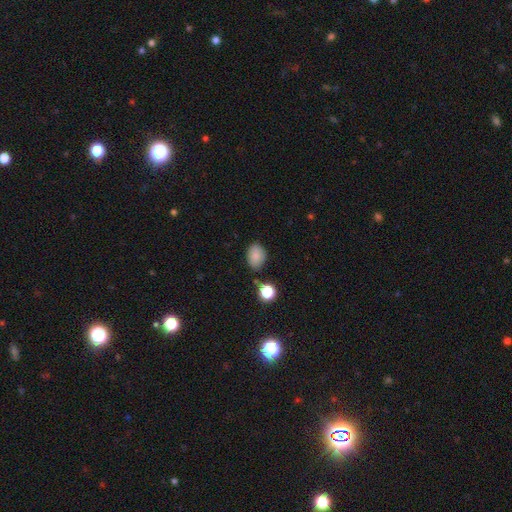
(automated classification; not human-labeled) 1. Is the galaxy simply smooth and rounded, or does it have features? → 84% smooth, 10% star or artifact, 5% featured or disk.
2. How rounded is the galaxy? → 78% in between, 21% round, 1% cigar-shaped.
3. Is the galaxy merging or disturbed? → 74% none, 16% minor disturbance, 5% merger, 4% major disturbance.